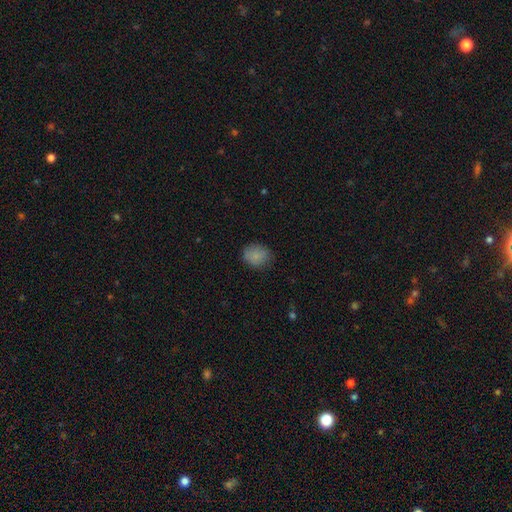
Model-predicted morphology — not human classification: Smooth or featured? smooth (85%)
How rounded? round (61%)
Merging? none (78%)